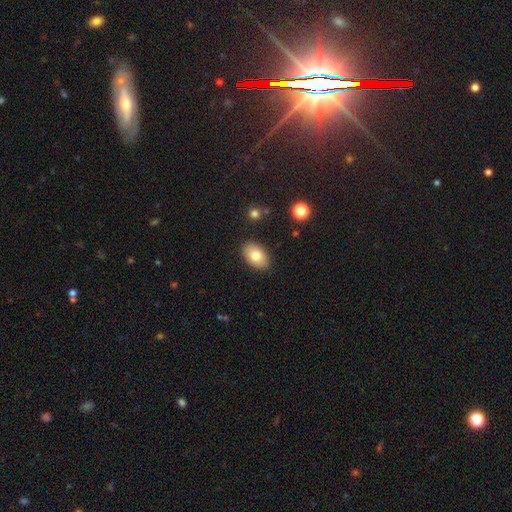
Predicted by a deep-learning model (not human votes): Smooth or featured? smooth (77%)
How rounded? in between (90%)
Merging? none (88%)